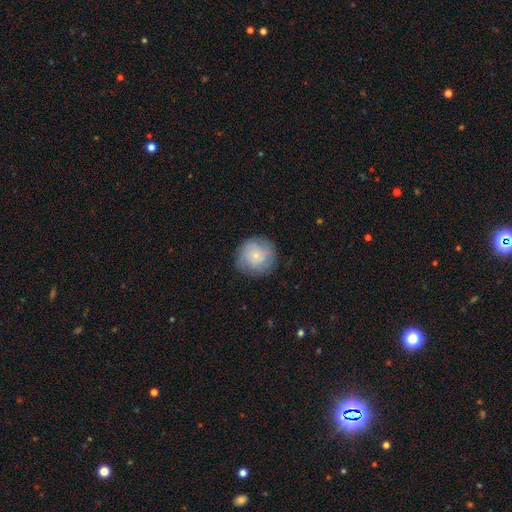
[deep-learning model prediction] Smooth or featured? Predicted: smooth (p=0.66). How rounded? Predicted: round (p=0.93). Merging? Predicted: none (p=0.81).